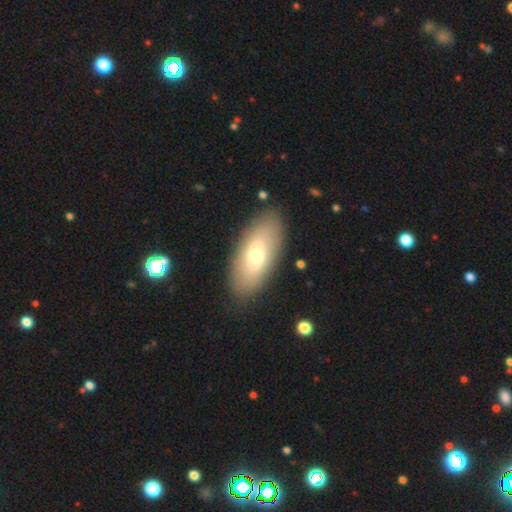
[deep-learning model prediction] The model was most divided on "smooth or featured": smooth: 62%, featured or disk: 30%, star or artifact: 8%. More confident: merging — none (87%); how rounded — in between (86%).